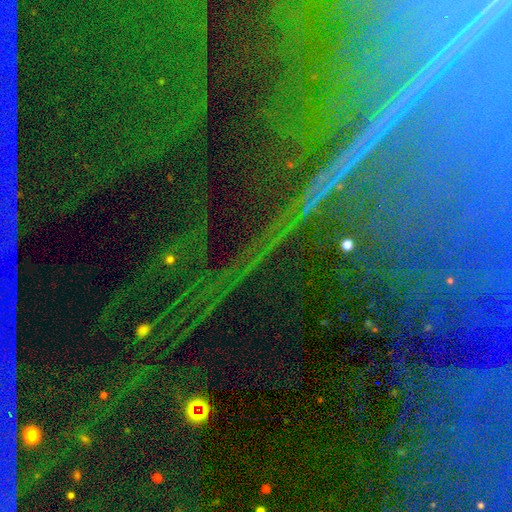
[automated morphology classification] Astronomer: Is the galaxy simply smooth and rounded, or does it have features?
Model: star or artifact — 79%.